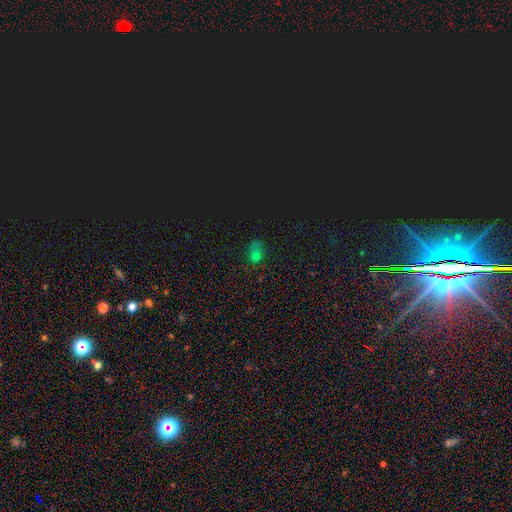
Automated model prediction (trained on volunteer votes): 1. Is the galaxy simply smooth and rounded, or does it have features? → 55% smooth, 35% star or artifact, 10% featured or disk.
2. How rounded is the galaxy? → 50% in between, 48% round, 2% cigar-shaped.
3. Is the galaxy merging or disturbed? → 54% none, 25% minor disturbance, 15% major disturbance, 6% merger.